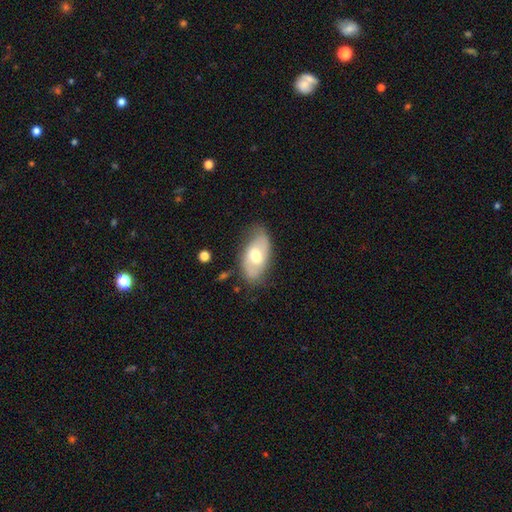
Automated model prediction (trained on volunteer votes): smooth 52%, featured or disk 42%, star or artifact 6%. Down the decision tree: how rounded — in between (92%); merging — none (70%).